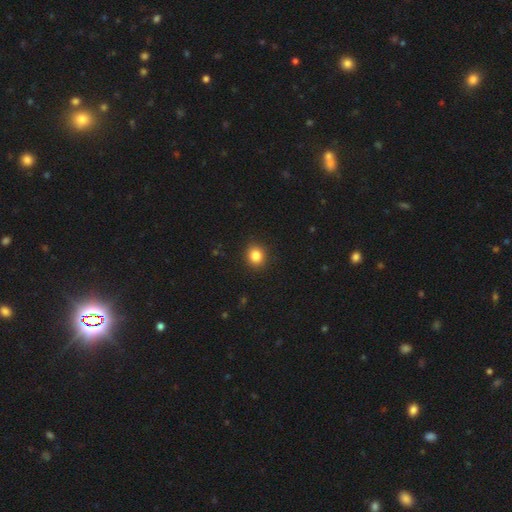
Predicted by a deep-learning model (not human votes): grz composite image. It shows a smooth galaxy with no disk features (84%) that is round (81%). Merging: none (91%).